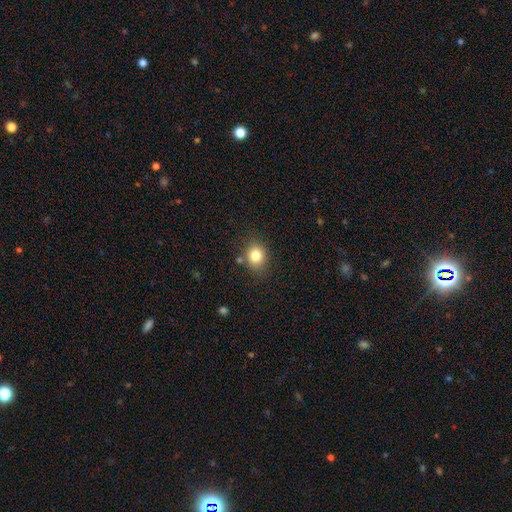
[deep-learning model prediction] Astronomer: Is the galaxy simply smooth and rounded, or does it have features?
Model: smooth — 80%.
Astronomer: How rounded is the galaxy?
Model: round — 60% (runner-up: in between, 39%).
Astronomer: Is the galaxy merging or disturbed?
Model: none — 80%.